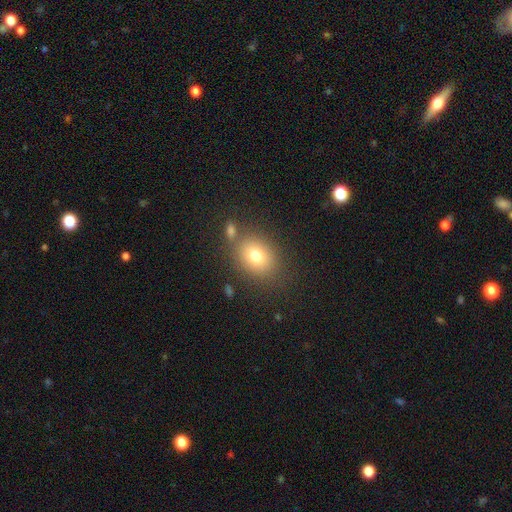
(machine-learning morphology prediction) smooth-or-featured: smooth: 77% | featured or disk: 12% | star or artifact: 11%
  how-rounded: in between: 52% | round: 47% | cigar-shaped: 1%
  merging: none: 73% | minor disturbance: 12% | merger: 11% | major disturbance: 5%